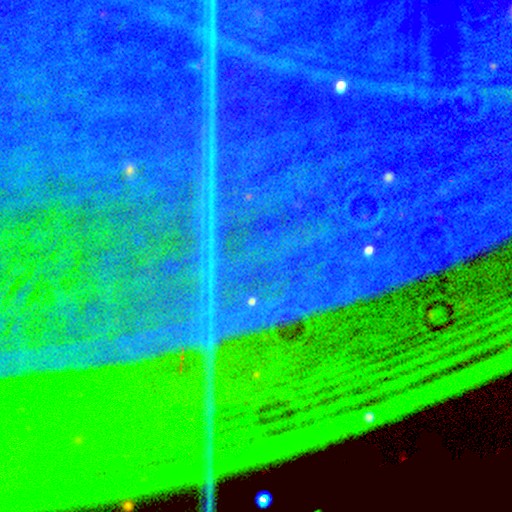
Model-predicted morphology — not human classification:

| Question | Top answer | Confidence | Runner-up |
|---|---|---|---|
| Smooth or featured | star or artifact | 88% | featured or disk (7%) |